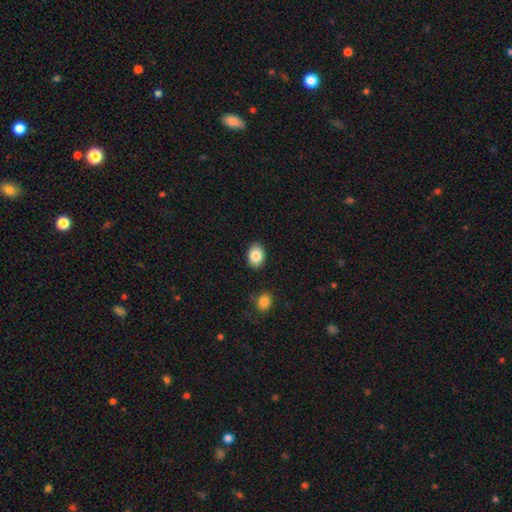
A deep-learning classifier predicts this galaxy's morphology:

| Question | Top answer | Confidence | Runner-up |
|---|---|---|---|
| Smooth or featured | smooth | 86% | star or artifact (8%) |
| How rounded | in between | 75% | round (24%) |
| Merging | none | 87% | minor disturbance (8%) |